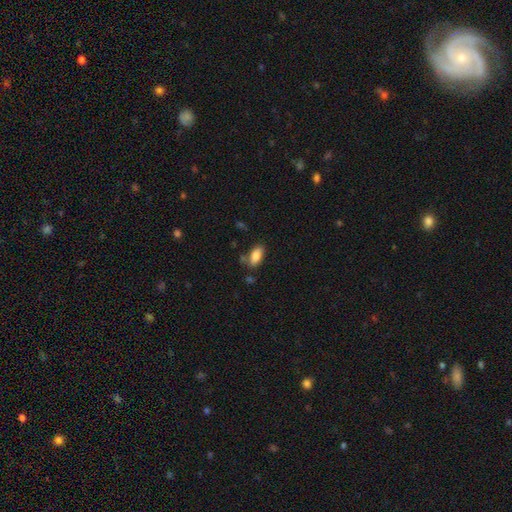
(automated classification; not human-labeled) Smooth or featured: smooth — 86% (star or artifact — 7%)
How rounded: in between — 90% (cigar-shaped — 7%)
Merging: none — 72% (minor disturbance — 17%)